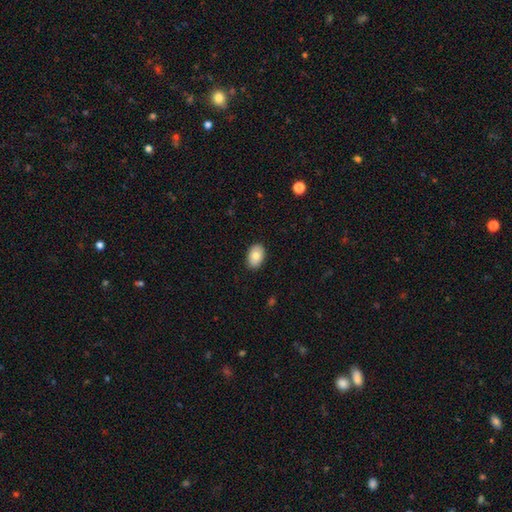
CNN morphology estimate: Overall: smooth (82%). How rounded: in between (89%). Merging: none (88%).